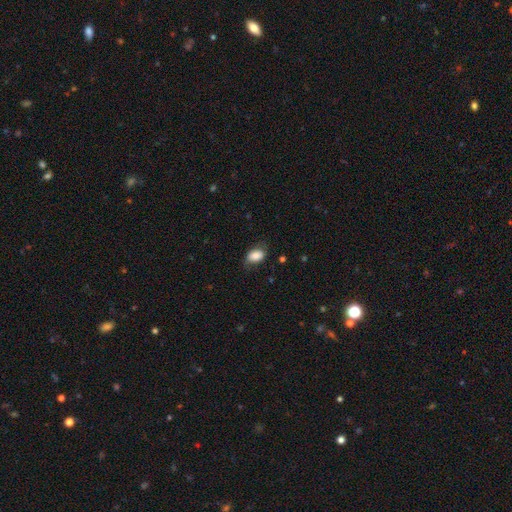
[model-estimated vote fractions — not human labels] Smooth or featured? Predicted: smooth (p=0.81). How rounded? Predicted: in between (p=0.88). Merging? Predicted: none (p=0.65).